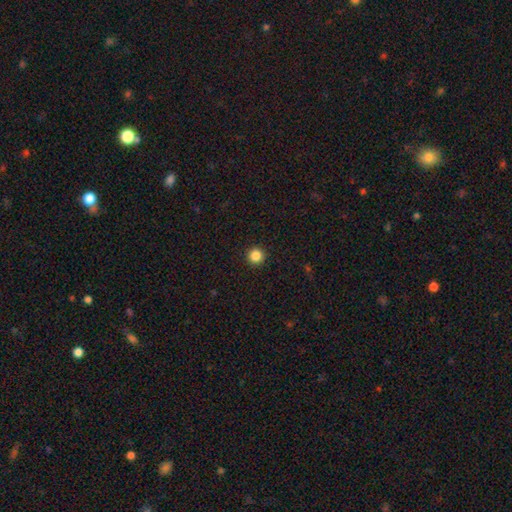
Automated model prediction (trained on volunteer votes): Smooth or featured: smooth — 86% (star or artifact — 11%)
How rounded: round — 96% (in between — 3%)
Merging: none — 93% (minor disturbance — 4%)